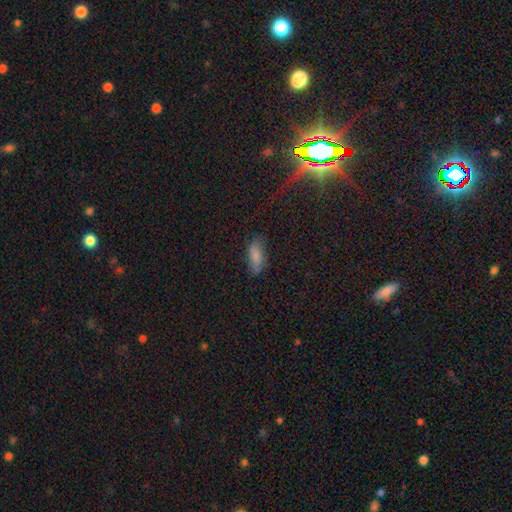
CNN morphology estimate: A smooth galaxy with no disk features (79%) that is in between round and cigar-shaped (77%). Merging: none (69%).